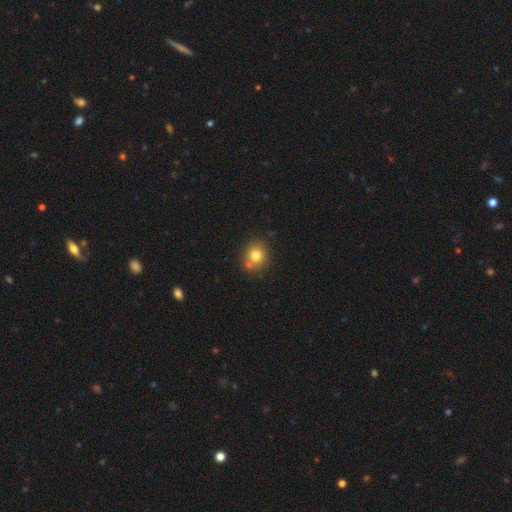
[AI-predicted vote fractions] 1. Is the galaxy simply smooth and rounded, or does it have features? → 78% smooth, 11% star or artifact, 11% featured or disk.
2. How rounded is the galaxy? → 82% round, 17% in between, 1% cigar-shaped.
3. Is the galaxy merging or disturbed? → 69% none, 16% merger, 12% minor disturbance, 3% major disturbance.